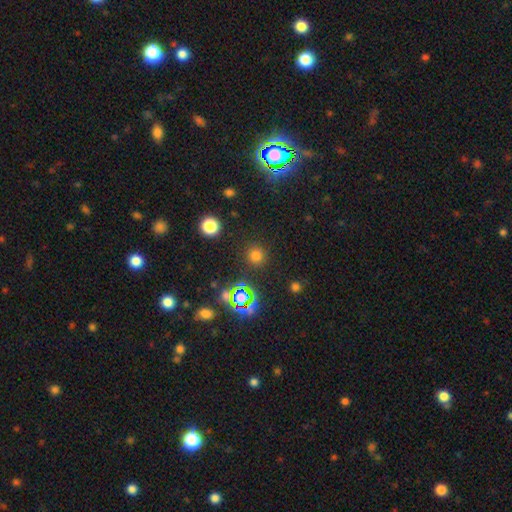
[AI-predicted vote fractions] The model was most divided on "smooth or featured": smooth: 67%, star or artifact: 27%, featured or disk: 6%. More confident: how rounded — round (92%); merging — none (87%).